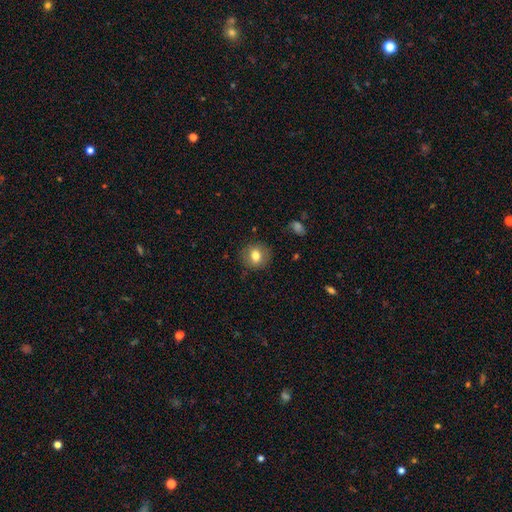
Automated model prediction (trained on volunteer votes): Smooth or featured: smooth — 76% (featured or disk — 15%)
How rounded: round — 79% (in between — 20%)
Merging: none — 84% (minor disturbance — 11%)